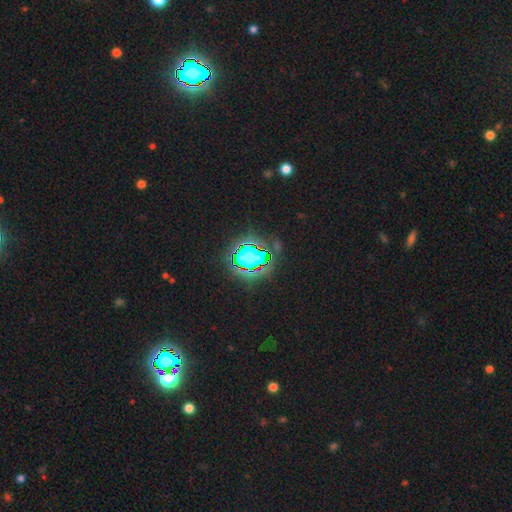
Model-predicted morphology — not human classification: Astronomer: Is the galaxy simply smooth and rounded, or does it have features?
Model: star or artifact — 68%.